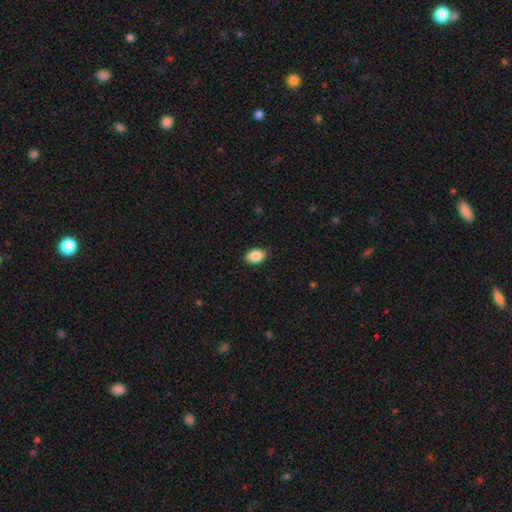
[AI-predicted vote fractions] Morphology: type=smooth (88%); roundness=in between (86%); merging=none (87%).